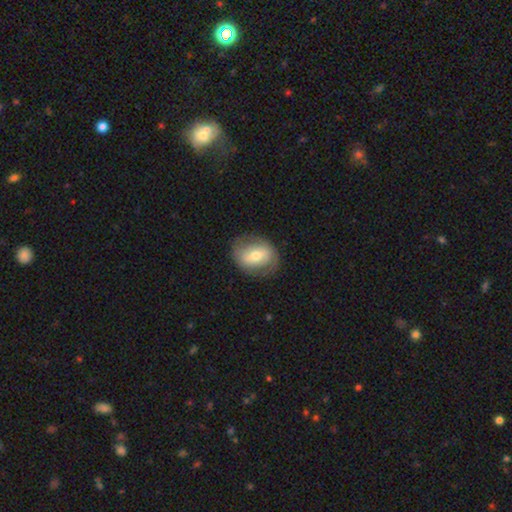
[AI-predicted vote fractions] A smooth galaxy with no disk features (51%) that is in between round and cigar-shaped (55%). Merging: none (78%).